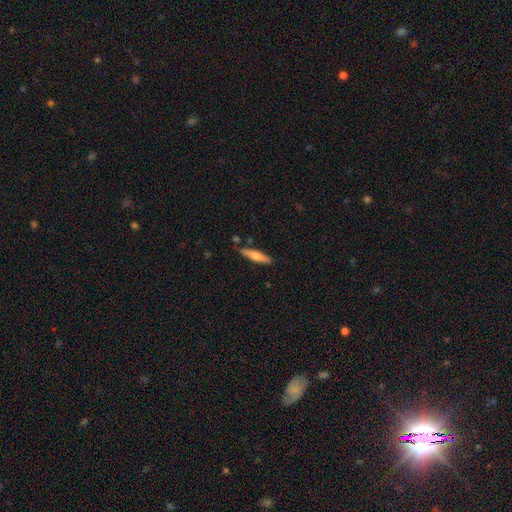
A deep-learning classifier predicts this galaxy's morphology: Smooth or featured? Predicted: smooth (p=0.61). How rounded? Predicted: cigar-shaped (p=0.83). Merging? Predicted: none (p=0.82).